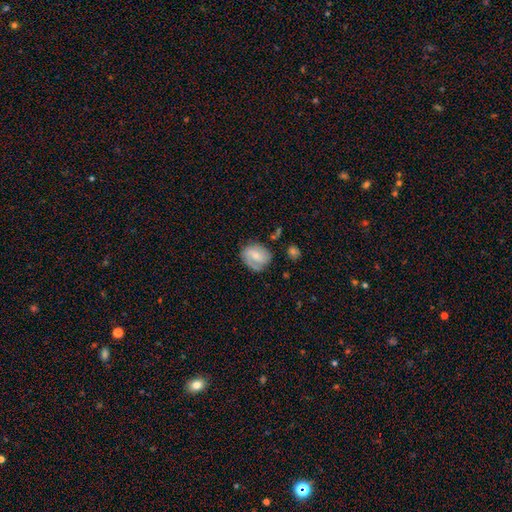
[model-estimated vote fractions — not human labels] Smooth or featured?
  - smooth: 47% *
  - featured or disk: 46%
  - star or artifact: 7%
Merging?
  - none: 64% *
  - minor disturbance: 24%
  - major disturbance: 9%
  - merger: 3%